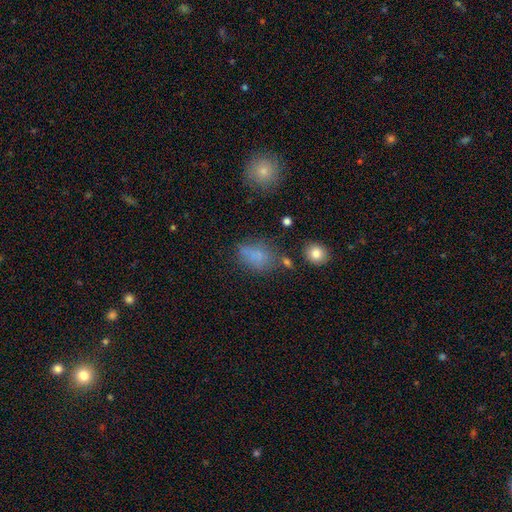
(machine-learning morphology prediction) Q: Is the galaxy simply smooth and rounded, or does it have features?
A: smooth — 69%.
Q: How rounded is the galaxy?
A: in between — 74%.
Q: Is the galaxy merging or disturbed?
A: none — 52%.